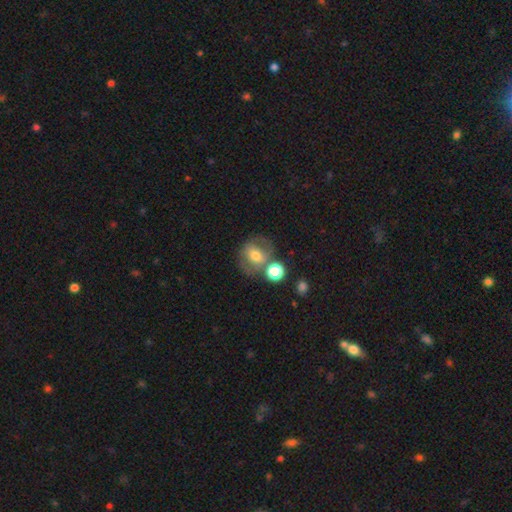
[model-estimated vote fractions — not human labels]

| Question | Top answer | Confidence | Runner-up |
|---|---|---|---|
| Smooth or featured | smooth | 54% | featured or disk (35%) |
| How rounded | round | 66% | in between (32%) |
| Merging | none | 55% | merger (21%) |